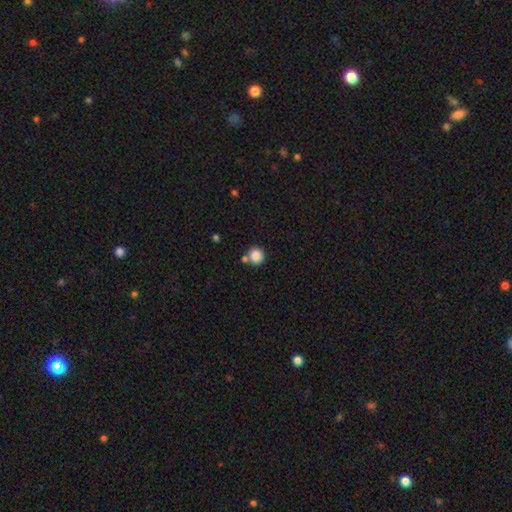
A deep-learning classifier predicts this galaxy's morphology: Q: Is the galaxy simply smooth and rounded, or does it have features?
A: smooth — 86%.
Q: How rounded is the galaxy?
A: round — 92%.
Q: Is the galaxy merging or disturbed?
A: none — 71%.